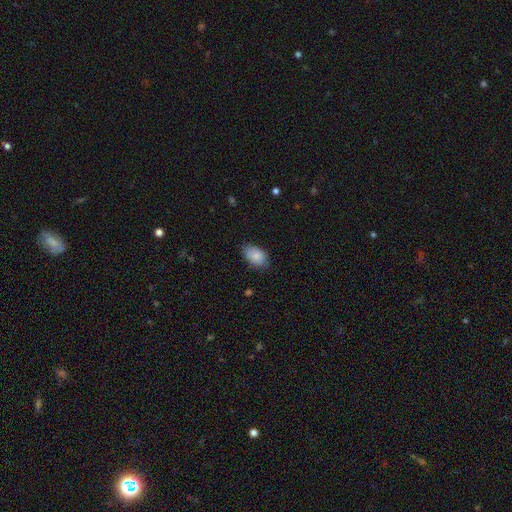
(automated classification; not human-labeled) Smooth or featured: smooth — 86% (featured or disk — 7%)
How rounded: in between — 89% (round — 9%)
Merging: none — 75% (minor disturbance — 20%)